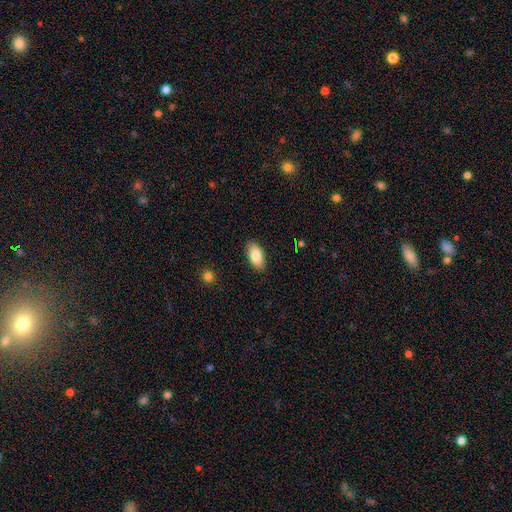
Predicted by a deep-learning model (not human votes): Overall: smooth (84%). How rounded: in between (92%). Merging: none (87%).